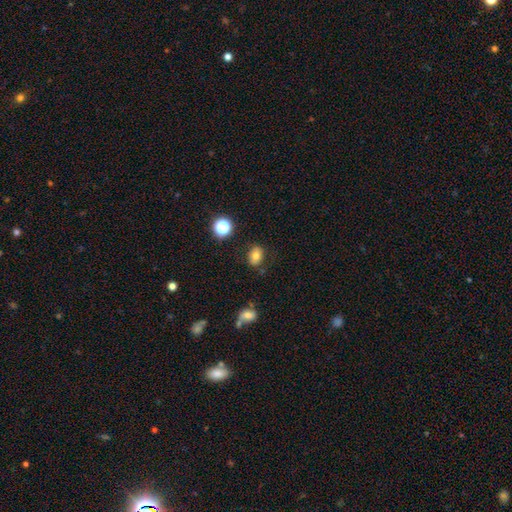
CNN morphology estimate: Smooth or featured: smooth — 74% (featured or disk — 13%)
How rounded: in between — 63% (round — 35%)
Merging: none — 81% (minor disturbance — 13%)